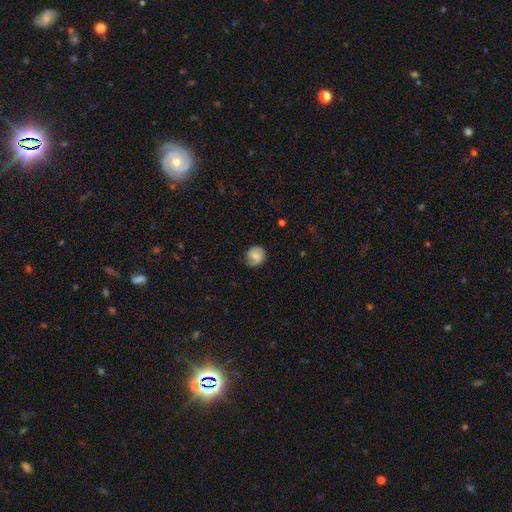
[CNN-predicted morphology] type=smooth (72%); roundness=round (83%); merging=none (74%).